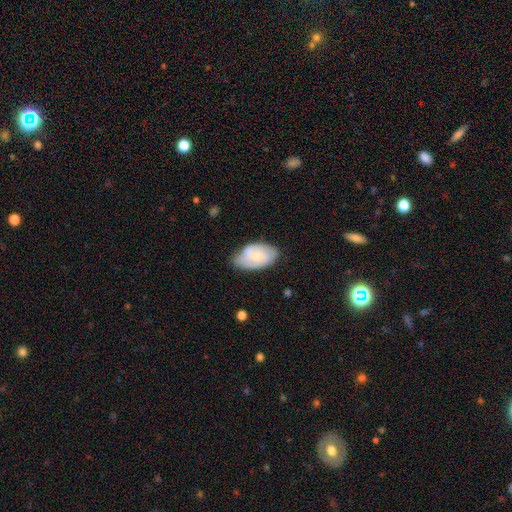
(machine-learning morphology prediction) Overall: smooth (49%; featured or disk 46%). Merging: none (63%; minor disturbance 30%).